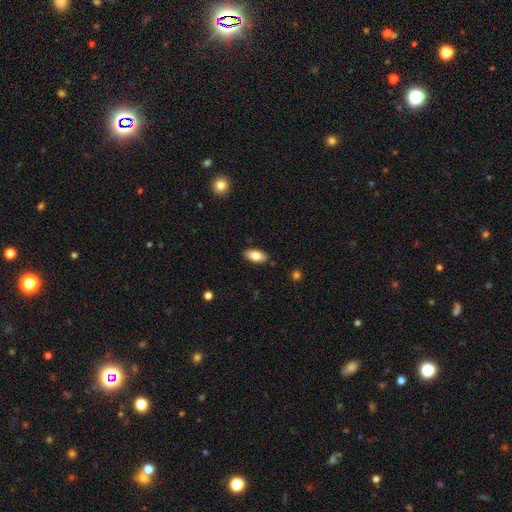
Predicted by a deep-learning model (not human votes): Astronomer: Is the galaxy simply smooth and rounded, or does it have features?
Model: smooth — 78%.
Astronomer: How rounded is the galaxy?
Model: in between — 87%.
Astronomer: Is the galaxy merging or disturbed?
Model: none — 87%.